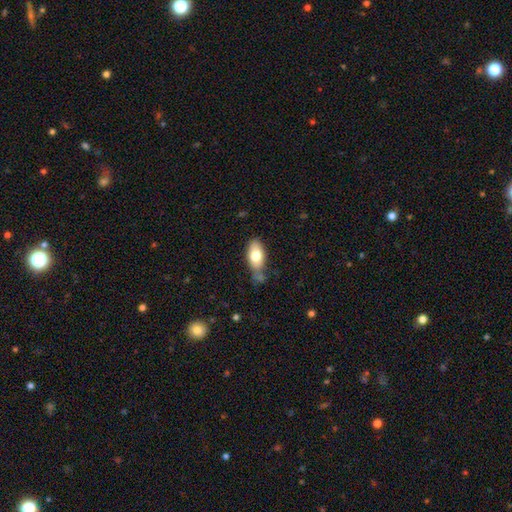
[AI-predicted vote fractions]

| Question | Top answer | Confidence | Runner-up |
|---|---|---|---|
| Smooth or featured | smooth | 74% | featured or disk (19%) |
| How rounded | in between | 89% | cigar-shaped (7%) |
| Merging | none | 56% | minor disturbance (26%) |